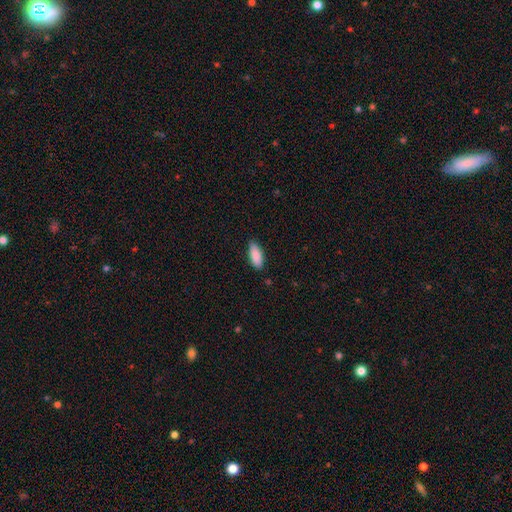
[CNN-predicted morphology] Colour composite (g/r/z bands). It shows a smooth galaxy with no disk features (89%) that is in between round and cigar-shaped (80%). Merging: none (84%).